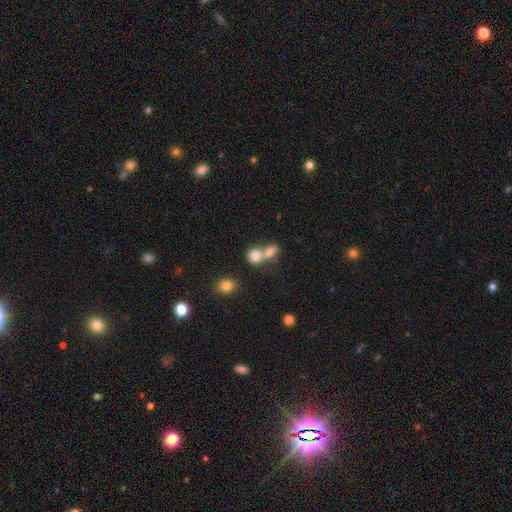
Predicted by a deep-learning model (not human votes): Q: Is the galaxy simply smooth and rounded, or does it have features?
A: smooth — 79%.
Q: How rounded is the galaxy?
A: round — 68%.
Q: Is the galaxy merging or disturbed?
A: merger — 63%.